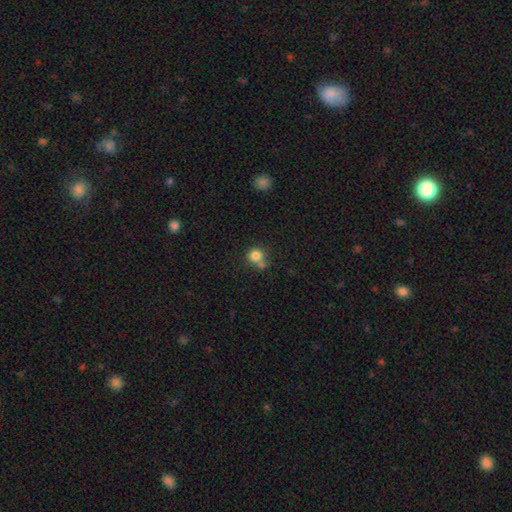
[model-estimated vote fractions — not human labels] smooth-or-featured: smooth: 80% | star or artifact: 12% | featured or disk: 8%
  how-rounded: round: 86% | in between: 13% | cigar-shaped: 1%
  merging: none: 52% | merger: 31% | minor disturbance: 12% | major disturbance: 5%